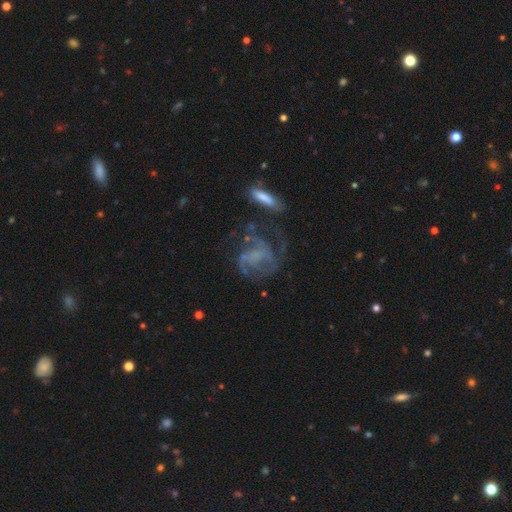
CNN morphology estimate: smooth-or-featured: featured or disk: 72% | smooth: 17% | star or artifact: 12%
  disk-edge-on: no: 97% | yes: 3%
    bar: no: 62% | weak: 28% | strong: 10%
    has-spiral-arms: yes: 80% | no: 20%
      spiral-winding: medium: 41% | tight: 36% | loose: 24%
      spiral-arm-count: 2: 35% | can't tell: 30% | 3: 17% | 1: 10% | 4: 5% | more than 4: 4%
    bulge-size: none: 63% | small: 19% | moderate: 12% | large: 5% | dominant: 2%
  merging: none: 45% | major disturbance: 30% | minor disturbance: 18% | merger: 7%